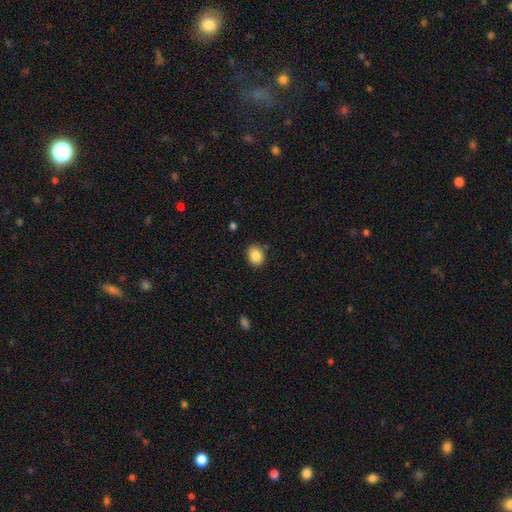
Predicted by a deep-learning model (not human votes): This appears to be a smooth galaxy with no disk features (86%) that is round (55%). Merging: none (85%).